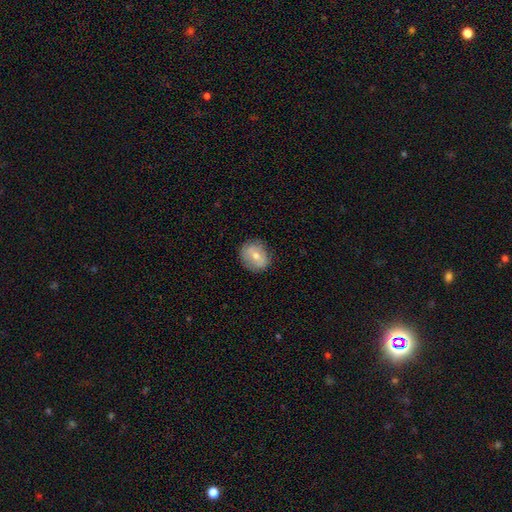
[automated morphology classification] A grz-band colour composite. It shows a smooth galaxy with no disk features (62%) that is round (66%). Merging: none (82%).